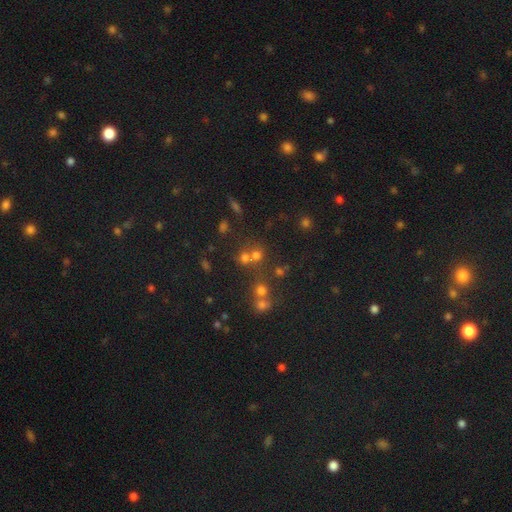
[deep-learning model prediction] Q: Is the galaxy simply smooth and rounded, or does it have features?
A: smooth — 59%.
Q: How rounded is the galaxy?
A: round — 86%.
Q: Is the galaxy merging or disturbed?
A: none — 54%.